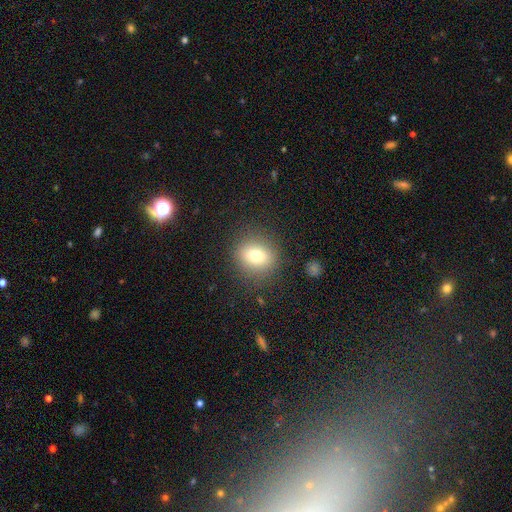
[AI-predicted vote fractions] smooth 76%, star or artifact 12%, featured or disk 11%. Down the decision tree: how rounded — round (77%); merging — none (86%).